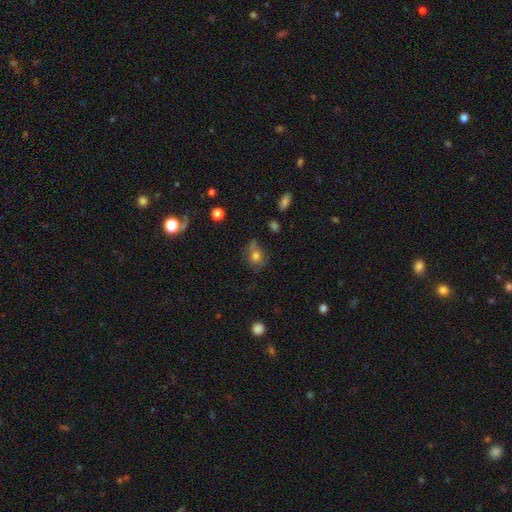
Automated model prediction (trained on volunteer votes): A smooth galaxy with no disk features (71%) that is in between round and cigar-shaped (52%).

Vote fractions:
- Smooth or featured? smooth: 71% / featured or disk: 16% / star or artifact: 14%
- How rounded? in between: 52% / round: 46% / cigar-shaped: 2%
- Merging? none: 57% / minor disturbance: 28% / major disturbance: 10% / merger: 5%